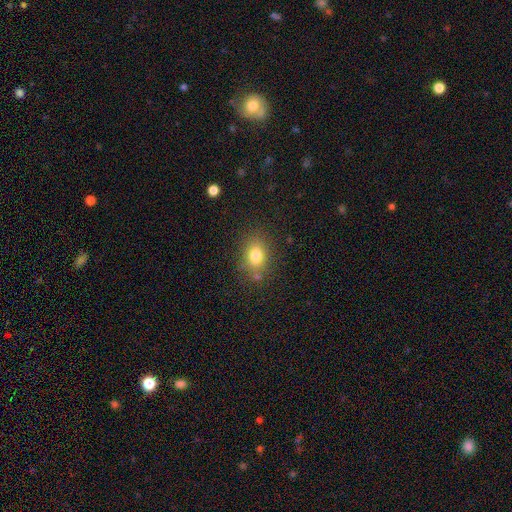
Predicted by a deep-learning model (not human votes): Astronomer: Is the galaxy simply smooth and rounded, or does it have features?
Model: smooth — 79%.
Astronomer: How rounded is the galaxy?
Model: in between — 66%.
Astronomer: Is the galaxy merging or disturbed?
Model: none — 76%.